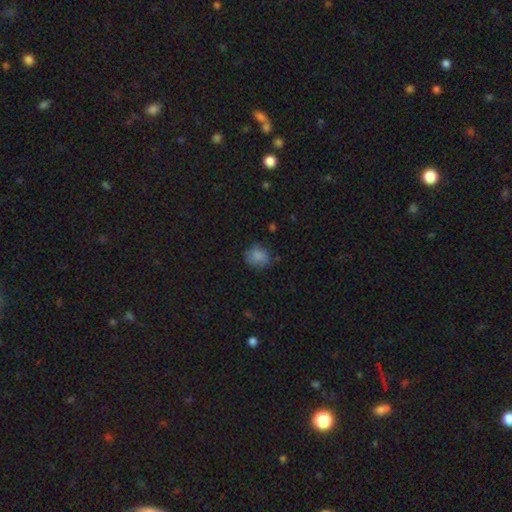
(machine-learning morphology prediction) smooth-or-featured: smooth: 80% | star or artifact: 11% | featured or disk: 8%
  how-rounded: round: 80% | in between: 19% | cigar-shaped: 1%
  merging: none: 75% | minor disturbance: 19% | major disturbance: 5% | merger: 2%